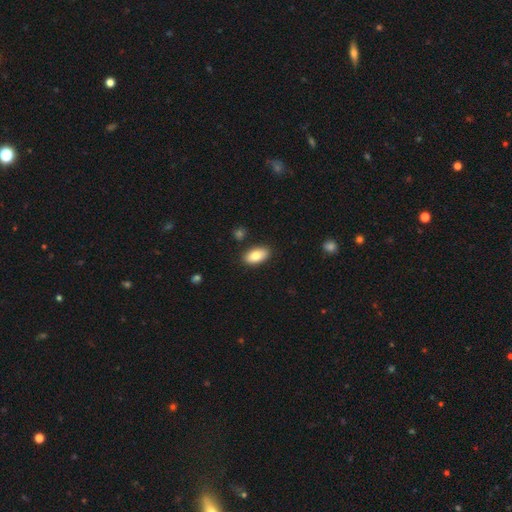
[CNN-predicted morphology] Smooth or featured? Predicted: smooth (p=0.81). How rounded? Predicted: in between (p=0.93). Merging? Predicted: none (p=0.87).